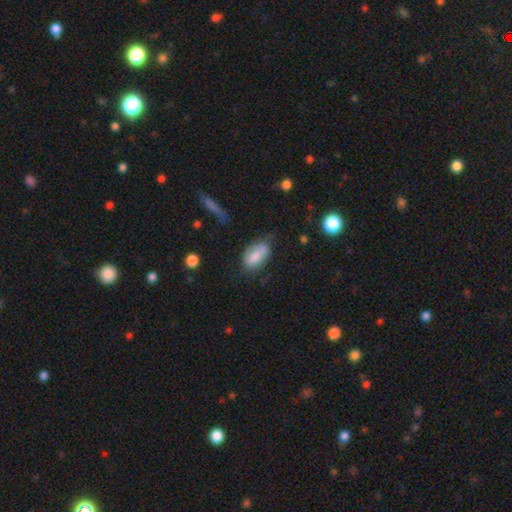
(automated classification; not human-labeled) Smooth or featured? Predicted: smooth (p=0.77). How rounded? Predicted: in between (p=0.91). Merging? Predicted: none (p=0.58).